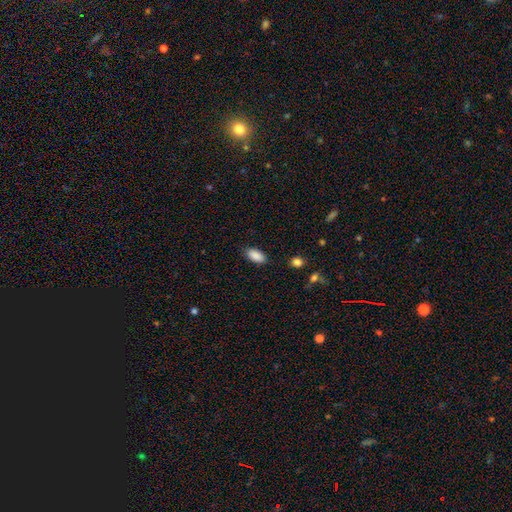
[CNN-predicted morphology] Smooth or featured? Predicted: smooth (p=0.89). How rounded? Predicted: in between (p=0.91). Merging? Predicted: none (p=0.85).